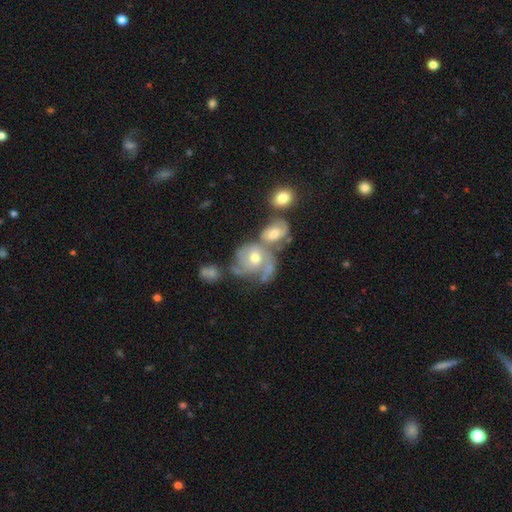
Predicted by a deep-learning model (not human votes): Smooth or featured? Predicted: featured or disk (p=0.74). Edge-on disk? Predicted: no (p=0.96). Bar? Predicted: no (p=0.67). Spiral arms? Predicted: yes (p=0.85). Spiral winding? Predicted: tight (p=0.47). Spiral arm count? Predicted: 2 (p=0.41). Bulge size? Predicted: moderate (p=0.59). Merging? Predicted: merger (p=0.47).